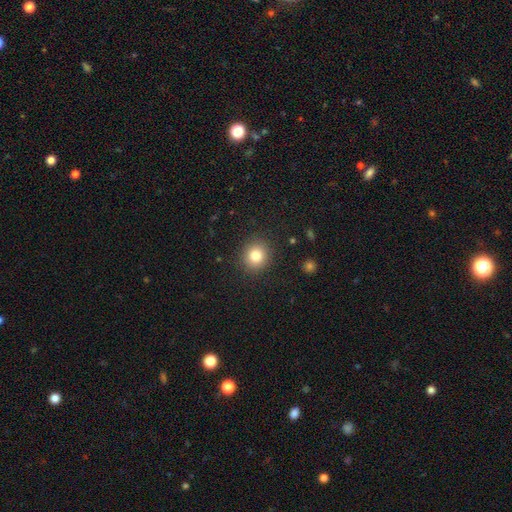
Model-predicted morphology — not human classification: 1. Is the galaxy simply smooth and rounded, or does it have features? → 82% smooth, 11% star or artifact, 7% featured or disk.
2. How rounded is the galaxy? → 86% round, 13% in between, 1% cigar-shaped.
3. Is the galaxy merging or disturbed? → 89% none, 7% minor disturbance, 3% major disturbance, 1% merger.